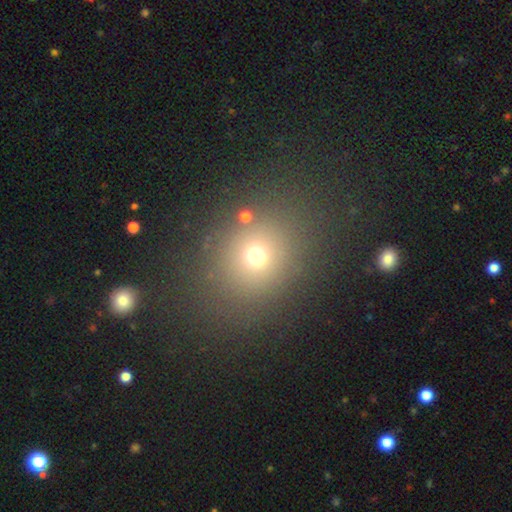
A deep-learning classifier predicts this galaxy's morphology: smooth-or-featured: smooth: 67% | star or artifact: 23% | featured or disk: 10%
  how-rounded: round: 77% | in between: 22% | cigar-shaped: 1%
  merging: none: 79% | minor disturbance: 10% | major disturbance: 6% | merger: 5%